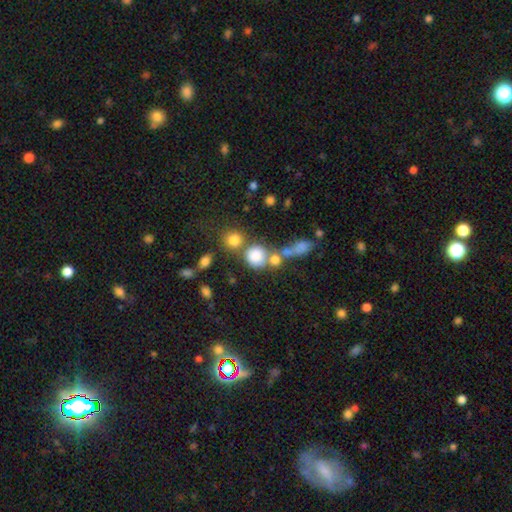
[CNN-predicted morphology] Smooth or featured?
  - smooth: 77% *
  - star or artifact: 13%
  - featured or disk: 10%
How rounded?
  - round: 82% *
  - in between: 16%
  - cigar-shaped: 2%
Merging?
  - none: 45% *
  - merger: 39%
  - minor disturbance: 10%
  - major disturbance: 7%